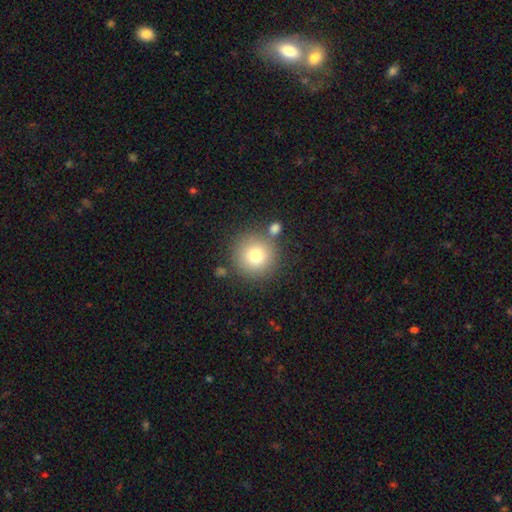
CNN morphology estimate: Smooth or featured: smooth — 76% (star or artifact — 12%)
How rounded: round — 95% (in between — 4%)
Merging: none — 79% (merger — 9%)